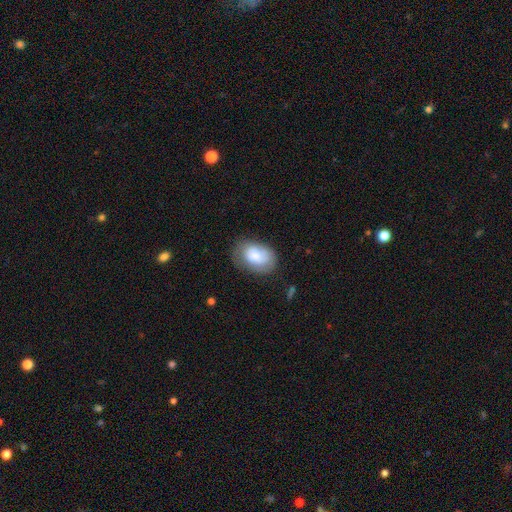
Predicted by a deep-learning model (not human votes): The model was most divided on "merging": none: 62%, minor disturbance: 26%, major disturbance: 10%, merger: 2%. More confident: how rounded — in between (82%); smooth or featured — smooth (72%).